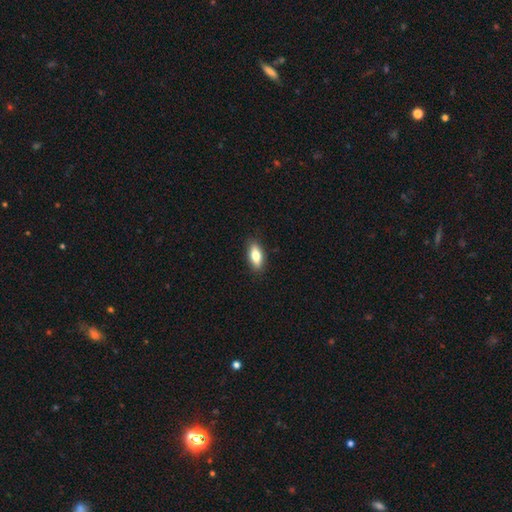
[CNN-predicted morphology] The model was most divided on "smooth or featured": smooth: 75%, featured or disk: 18%, star or artifact: 7%. More confident: merging — none (88%); how rounded — in between (79%).